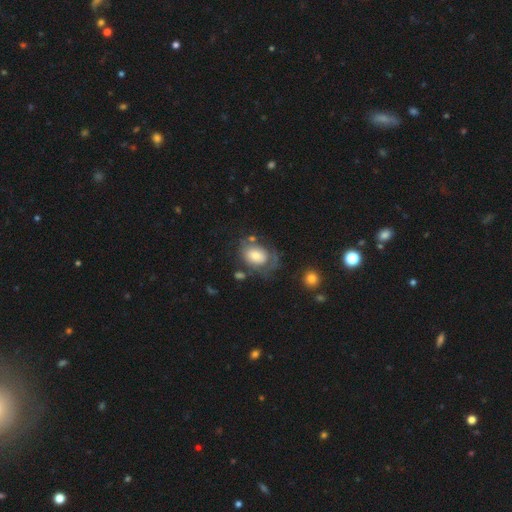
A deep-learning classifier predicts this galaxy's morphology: Q: Smooth or featured?
A: smooth (58%); runner-up: featured or disk (34%)
Q: How rounded?
A: in between (69%); runner-up: round (30%)
Q: Merging?
A: none (46%); runner-up: minor disturbance (25%)